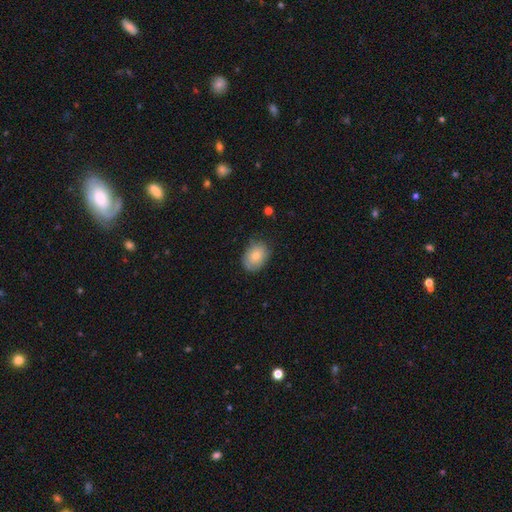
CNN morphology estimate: smooth 74%, featured or disk 19%, star or artifact 8%. Down the decision tree: how rounded — in between (70%); merging — none (75%).